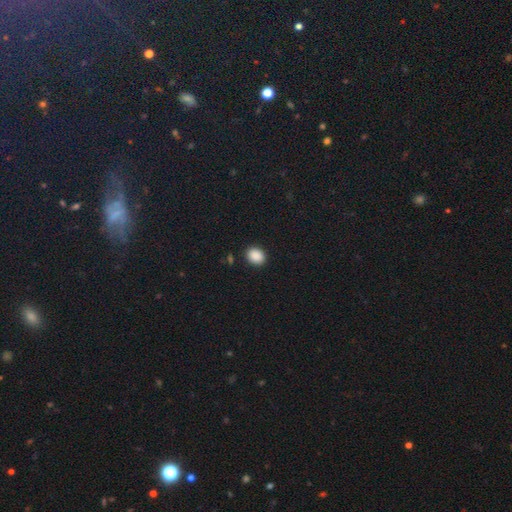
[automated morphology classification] Smooth or featured? Predicted: smooth (p=0.89). How rounded? Predicted: in between (p=0.51). Merging? Predicted: none (p=0.90).